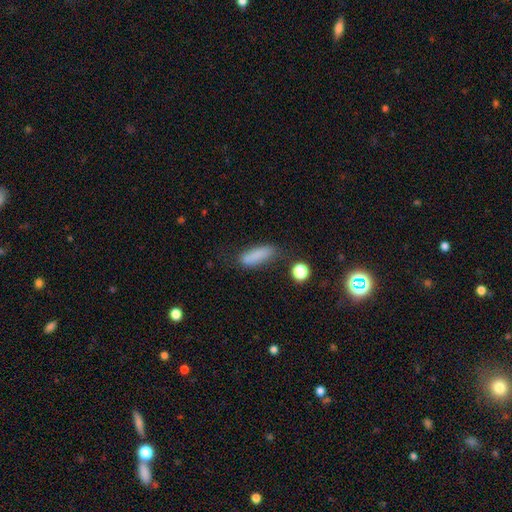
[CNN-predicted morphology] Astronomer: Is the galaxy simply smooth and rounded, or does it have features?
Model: smooth — 83%.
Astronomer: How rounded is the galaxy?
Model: in between — 52% (runner-up: cigar-shaped, 45%).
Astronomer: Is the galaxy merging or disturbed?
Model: none — 68%.